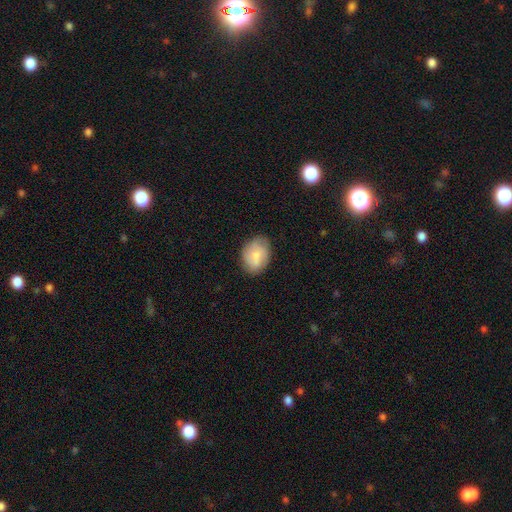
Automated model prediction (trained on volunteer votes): Smooth or featured? Predicted: smooth (p=0.73). How rounded? Predicted: in between (p=0.70). Merging? Predicted: none (p=0.74).